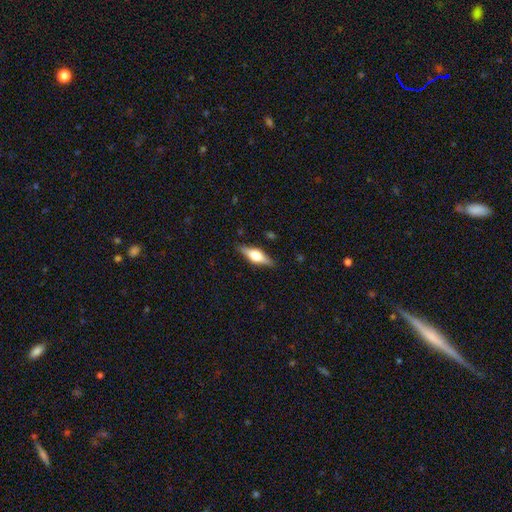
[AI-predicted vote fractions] smooth_or_featured: featured or disk (p=0.57) [alt: smooth p=0.37]
disk_edge_on: yes (p=0.95) [alt: no p=0.05]
edge_on_bulge: rounded (p=0.93) [alt: boxy p=0.06]
merging: none (p=0.87) [alt: minor disturbance p=0.09]